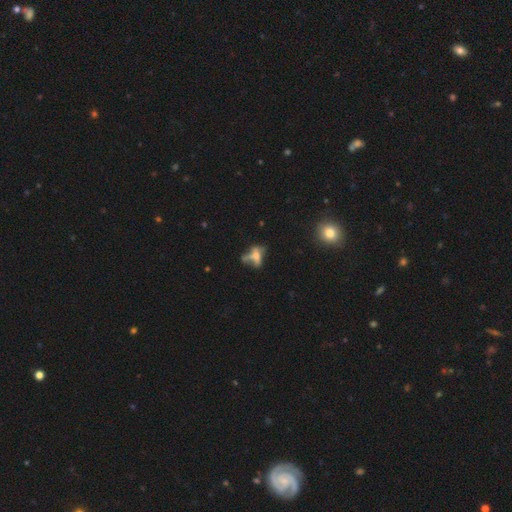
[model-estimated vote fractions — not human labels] Smooth or featured? Predicted: featured or disk (p=0.43). Merging? Predicted: none (p=0.35).